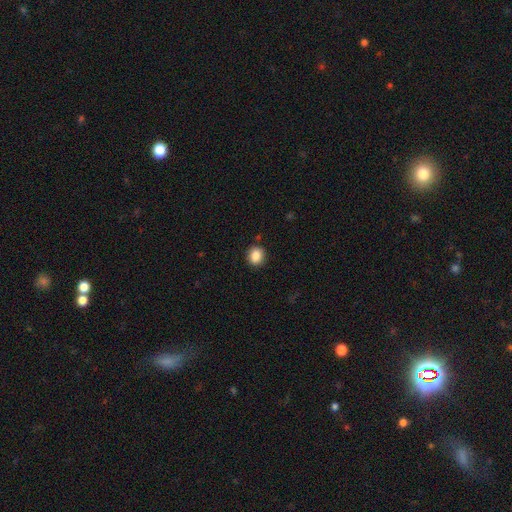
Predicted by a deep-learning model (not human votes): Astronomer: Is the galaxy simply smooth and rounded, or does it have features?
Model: smooth — 86%.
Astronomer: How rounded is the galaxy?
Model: round — 71%.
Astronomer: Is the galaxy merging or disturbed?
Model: none — 89%.